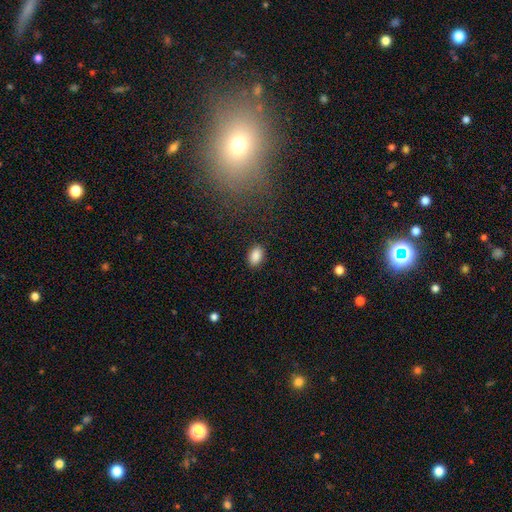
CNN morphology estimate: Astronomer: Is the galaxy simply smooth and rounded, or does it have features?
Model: smooth — 88%.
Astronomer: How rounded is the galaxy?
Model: in between — 88%.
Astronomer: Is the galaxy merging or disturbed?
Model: none — 87%.